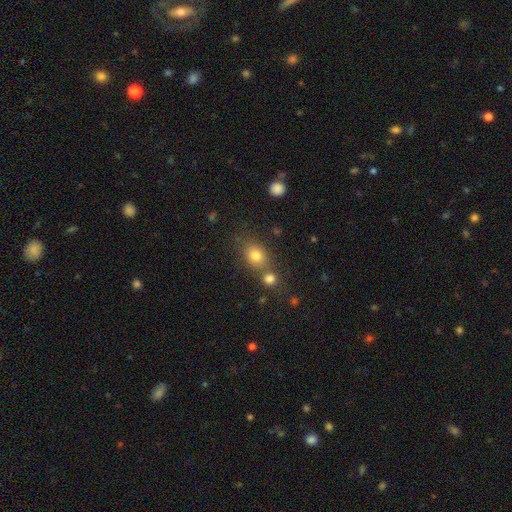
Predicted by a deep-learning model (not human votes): smooth_or_featured: smooth (p=0.78) [alt: star or artifact p=0.13]
how_rounded: in between (p=0.59) [alt: round p=0.40]
merging: none (p=0.59) [alt: merger p=0.26]